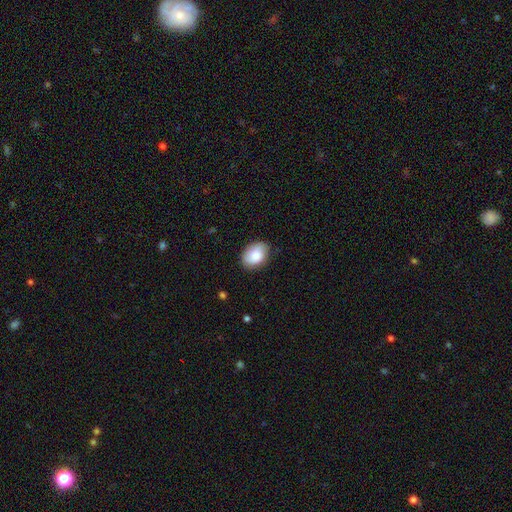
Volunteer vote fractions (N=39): Overall: smooth (85%). How rounded: in between (70%; round 30%). Merging: none (68%).